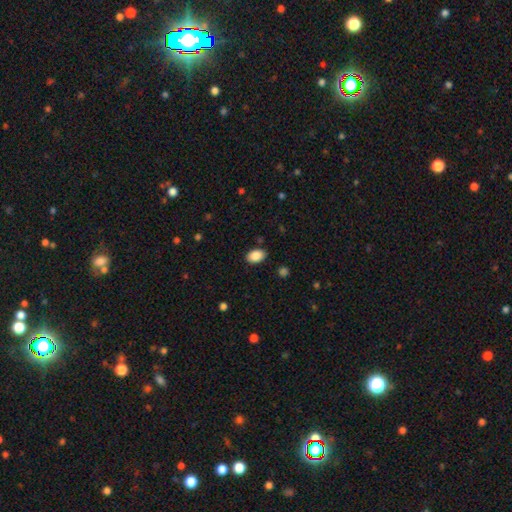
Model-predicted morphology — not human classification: The model was most divided on "how rounded": in between: 86%, round: 13%, cigar-shaped: 1%. More confident: smooth or featured — smooth (89%); merging — none (86%).